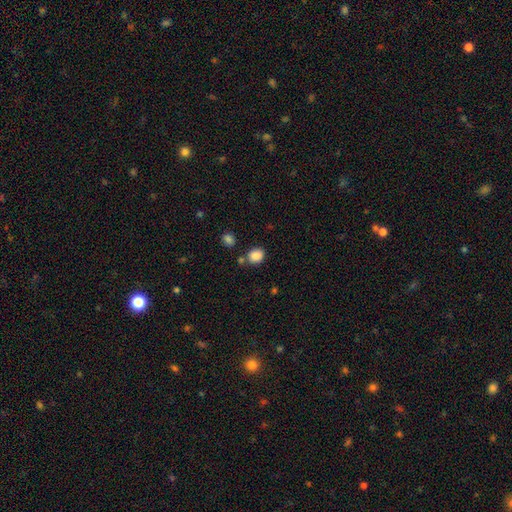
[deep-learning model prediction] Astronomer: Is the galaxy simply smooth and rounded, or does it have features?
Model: smooth — 87%.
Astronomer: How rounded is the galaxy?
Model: round — 61% (runner-up: in between, 38%).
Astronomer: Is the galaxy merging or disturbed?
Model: none — 72%.